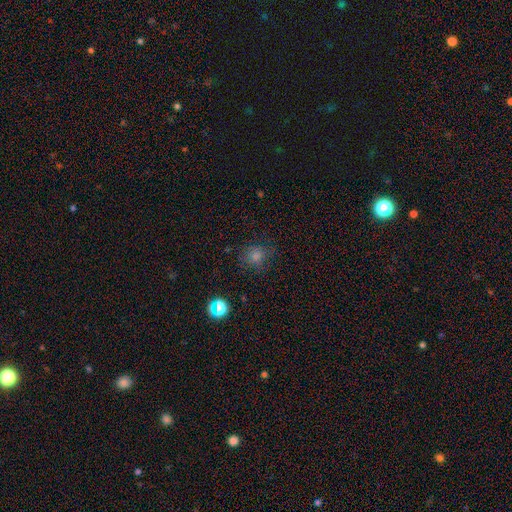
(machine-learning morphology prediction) Q: Smooth or featured?
A: smooth (62%); runner-up: star or artifact (26%)
Q: How rounded?
A: round (81%); runner-up: in between (18%)
Q: Merging?
A: none (76%); runner-up: minor disturbance (16%)